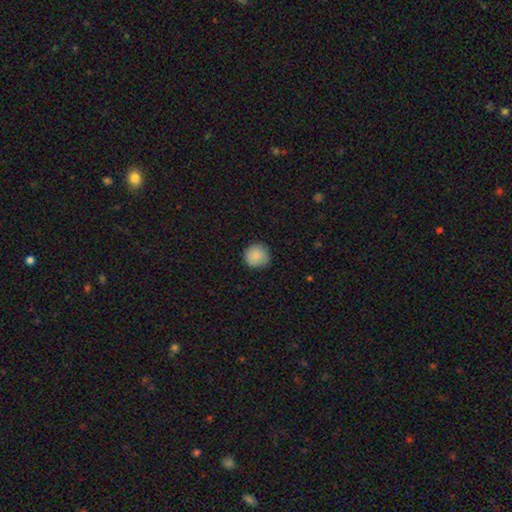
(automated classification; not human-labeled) Morphology: type=smooth (88%); roundness=round (94%); merging=none (86%).